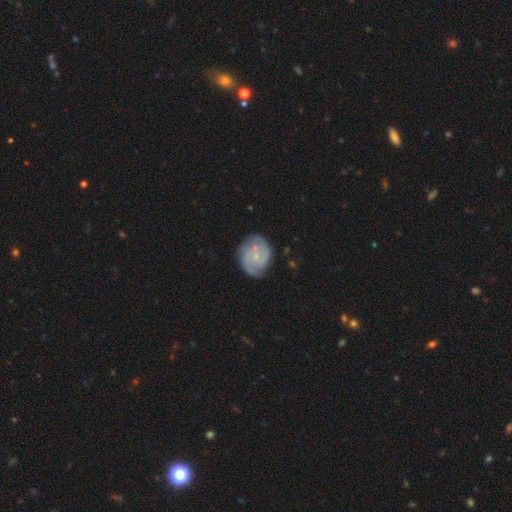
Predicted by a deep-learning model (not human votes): A featured or disk galaxy (65%) with no bar (70%), 2 (45%) tight (46%) spiral arms (86%) and a small central bulge (75%).

Vote fractions:
- Smooth or featured? featured or disk: 65% / smooth: 29% / star or artifact: 6%
- Edge-on disk? no: 98% / yes: 2%
- Bar? no: 70% / weak: 27% / strong: 4%
- Spiral arms? yes: 86% / no: 14%
- Spiral winding? tight: 46% / medium: 39% / loose: 15%
- Spiral arm count? 2: 45% / can't tell: 28% / 3: 15% / 1: 5% / 4: 4% / more than 4: 3%
- Bulge size? small: 75% / moderate: 14% / none: 9% / large: 1% / dominant: 1%
- Merging? none: 66% / minor disturbance: 23% / major disturbance: 7% / merger: 5%